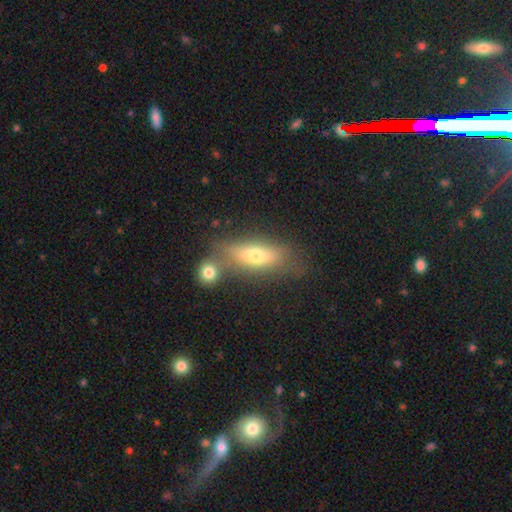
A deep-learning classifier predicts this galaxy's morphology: smooth-or-featured: smooth: 59% | featured or disk: 32% | star or artifact: 9%
  how-rounded: in between: 56% | cigar-shaped: 39% | round: 4%
  merging: none: 58% | merger: 19% | minor disturbance: 15% | major disturbance: 7%